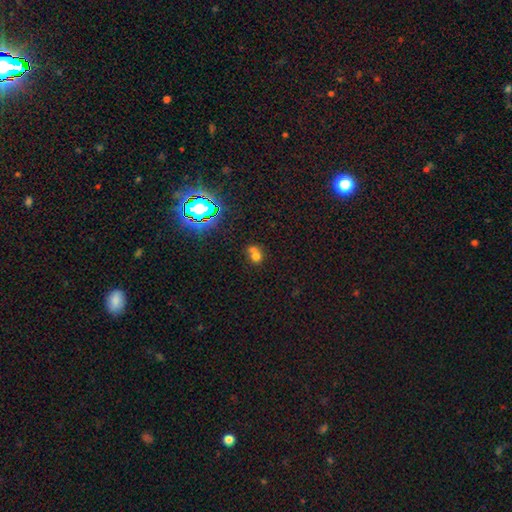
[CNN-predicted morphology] Smooth or featured?
  - smooth: 64% *
  - star or artifact: 20%
  - featured or disk: 16%
How rounded?
  - round: 69% *
  - in between: 29%
  - cigar-shaped: 1%
Merging?
  - merger: 58% *
  - none: 31%
  - minor disturbance: 7%
  - major disturbance: 4%